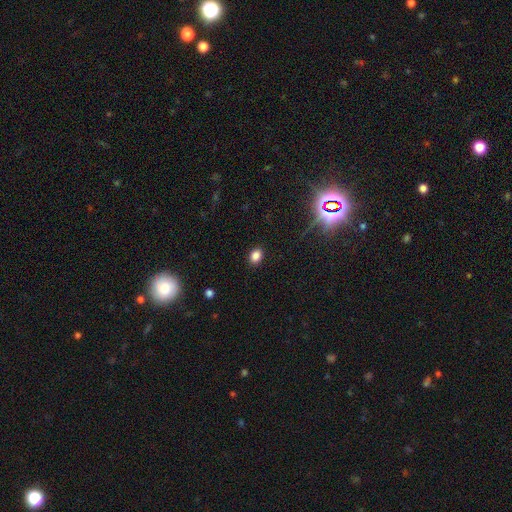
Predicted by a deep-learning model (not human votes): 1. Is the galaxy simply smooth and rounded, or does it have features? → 83% smooth, 13% star or artifact, 4% featured or disk.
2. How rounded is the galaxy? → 59% in between, 40% round, 1% cigar-shaped.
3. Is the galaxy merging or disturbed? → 89% none, 8% minor disturbance, 2% major disturbance, 1% merger.